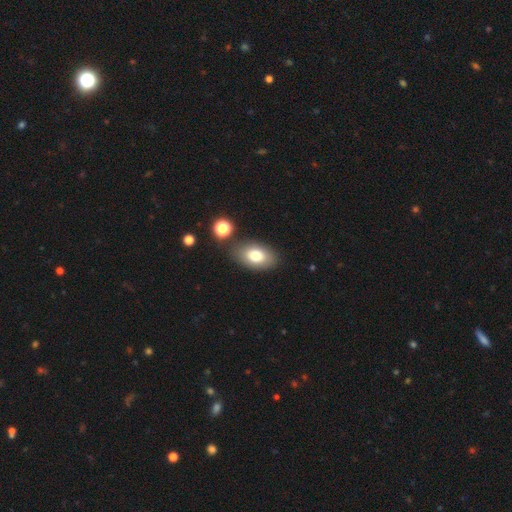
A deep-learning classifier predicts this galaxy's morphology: The model was most divided on "smooth or featured": smooth: 77%, featured or disk: 14%, star or artifact: 9%. More confident: how rounded — in between (89%); merging — none (78%).